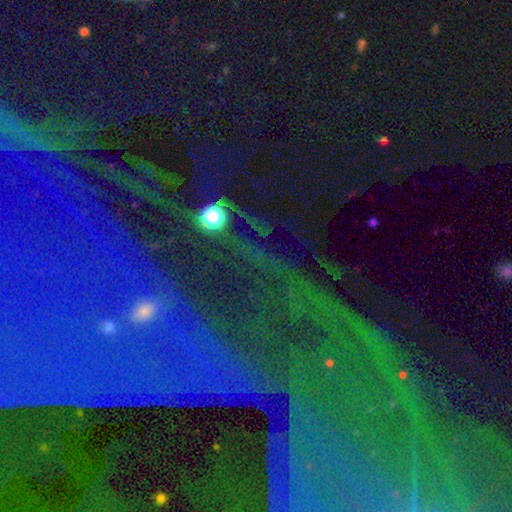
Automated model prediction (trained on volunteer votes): Smooth or featured? star or artifact (75%)